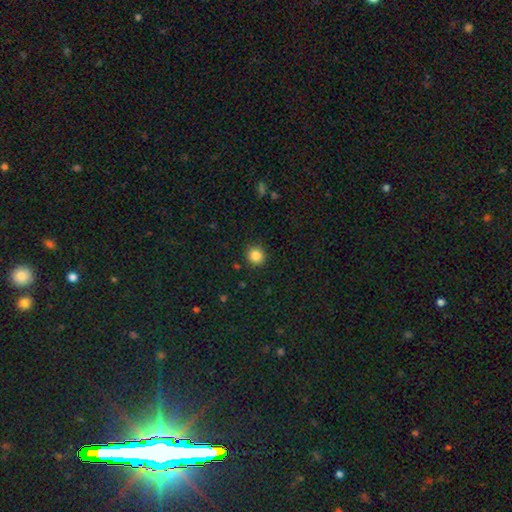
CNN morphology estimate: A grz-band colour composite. It shows a smooth galaxy with no disk features (85%) that is round (90%). Merging: none (91%).